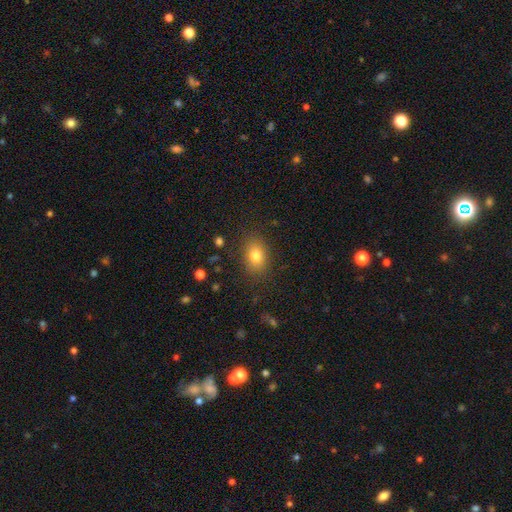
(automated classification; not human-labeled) smooth_or_featured: smooth (p=0.80) [alt: star or artifact p=0.11]
how_rounded: in between (p=0.69) [alt: round p=0.30]
merging: none (p=0.85) [alt: minor disturbance p=0.11]